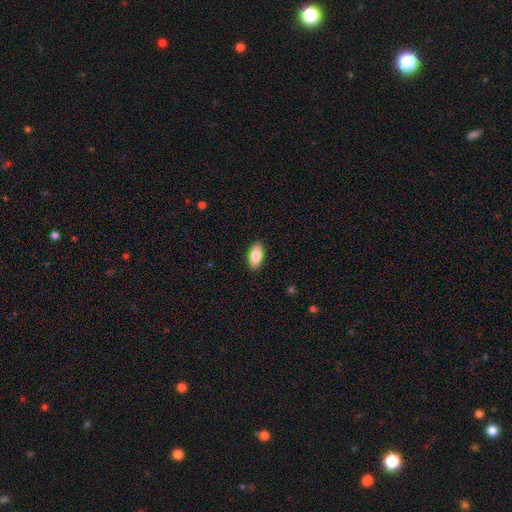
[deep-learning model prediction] smooth 83%, featured or disk 11%, star or artifact 6%. Down the decision tree: how rounded — in between (91%); merging — none (90%).